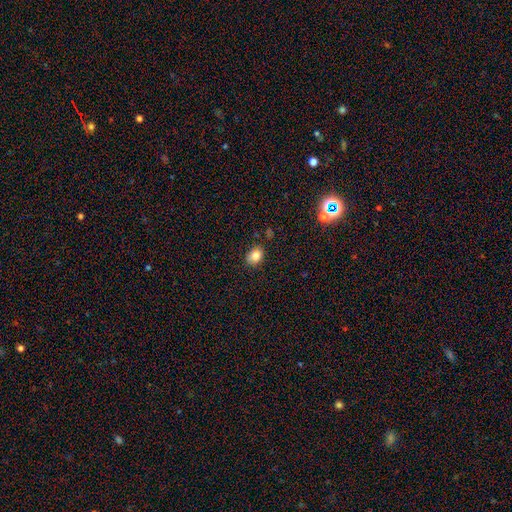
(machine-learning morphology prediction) Smooth or featured? Predicted: smooth (p=0.82). How rounded? Predicted: in between (p=0.65). Merging? Predicted: none (p=0.85).